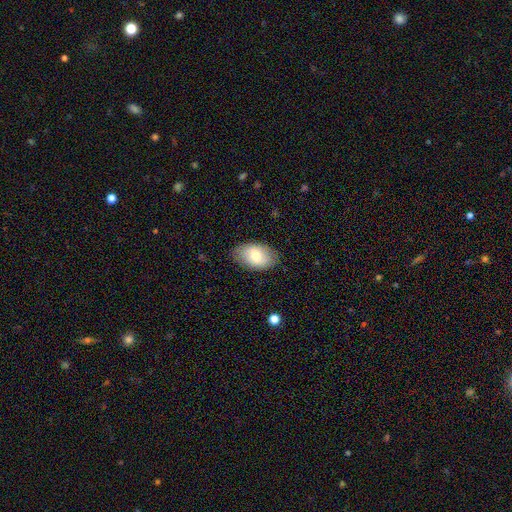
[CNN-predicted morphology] Q: Smooth or featured?
A: smooth (72%); runner-up: featured or disk (21%)
Q: How rounded?
A: in between (91%); runner-up: round (8%)
Q: Merging?
A: none (83%); runner-up: minor disturbance (13%)